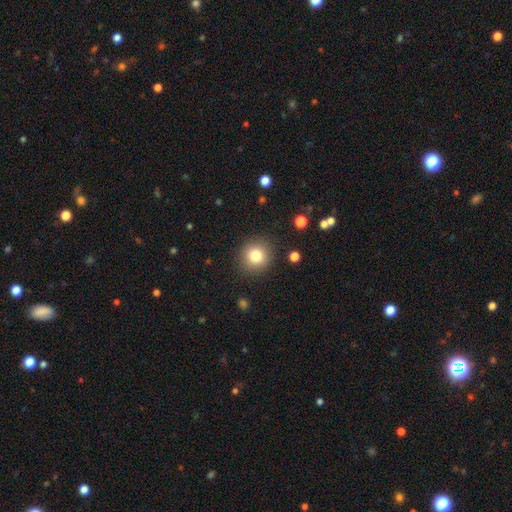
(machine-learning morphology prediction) This is clearly a smooth galaxy (81%). How rounded: clearly round (90%). Merging: clearly none (89%).